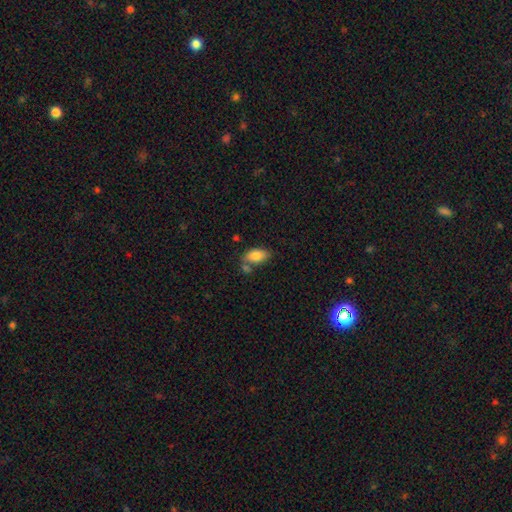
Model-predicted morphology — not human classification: A smooth galaxy with no disk features (82%) that is in between round and cigar-shaped (92%).

Vote fractions:
- Smooth or featured? smooth: 82% / featured or disk: 10% / star or artifact: 7%
- How rounded? in between: 92% / round: 4% / cigar-shaped: 3%
- Merging? none: 57% / merger: 20% / minor disturbance: 18% / major disturbance: 5%